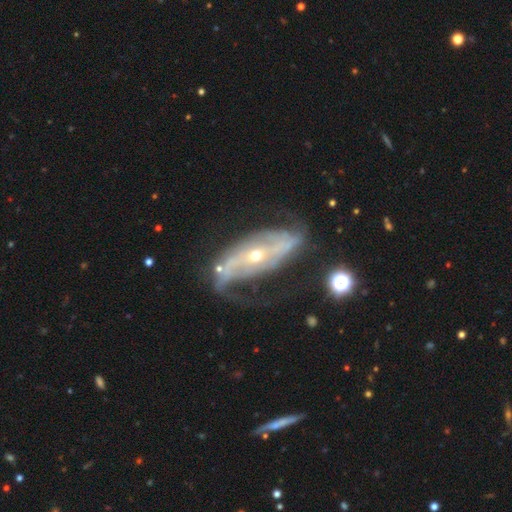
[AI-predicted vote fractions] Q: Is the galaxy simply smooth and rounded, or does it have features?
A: featured or disk — 84%.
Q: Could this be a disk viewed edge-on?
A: no — 86%.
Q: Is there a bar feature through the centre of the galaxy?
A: no — 44%.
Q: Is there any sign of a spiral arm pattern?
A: yes — 87%.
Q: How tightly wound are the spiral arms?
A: loose — 36%.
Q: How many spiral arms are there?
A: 2 — 68%.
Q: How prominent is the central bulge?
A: small — 60%.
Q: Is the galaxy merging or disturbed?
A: none — 51%.